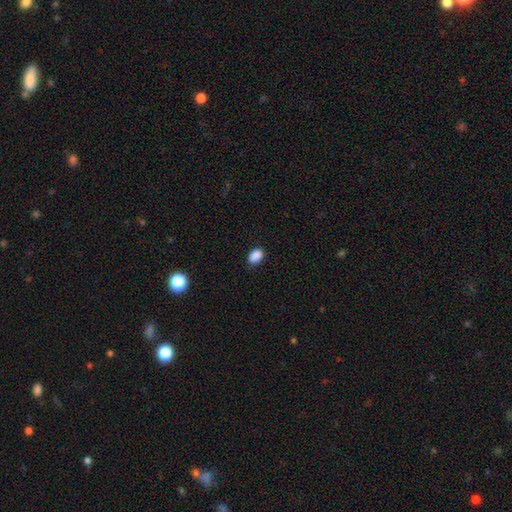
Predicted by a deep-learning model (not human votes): This is clearly a smooth galaxy (88%). How rounded: likely in between (79%). Merging: clearly none (84%).